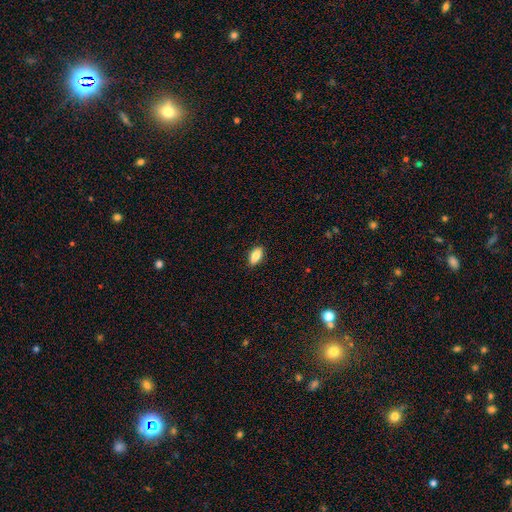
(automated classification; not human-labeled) Smooth or featured? smooth (84%)
How rounded? in between (88%)
Merging? none (88%)